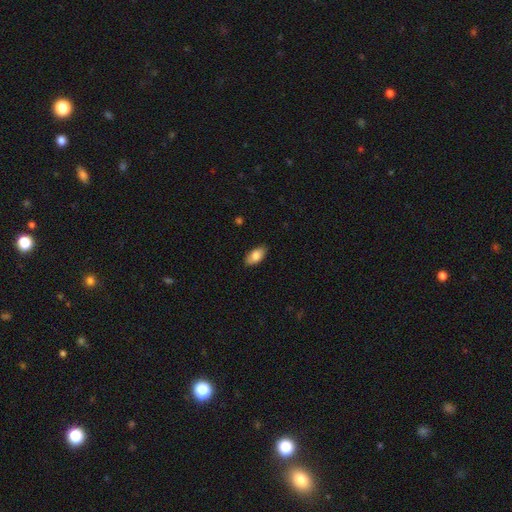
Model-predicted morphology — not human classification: A smooth galaxy with no disk features (83%) that is in between round and cigar-shaped (93%).

Vote fractions:
- Smooth or featured? smooth: 83% / featured or disk: 11% / star or artifact: 6%
- How rounded? in between: 93% / cigar-shaped: 4% / round: 3%
- Merging? none: 86% / minor disturbance: 11% / major disturbance: 2% / merger: 1%